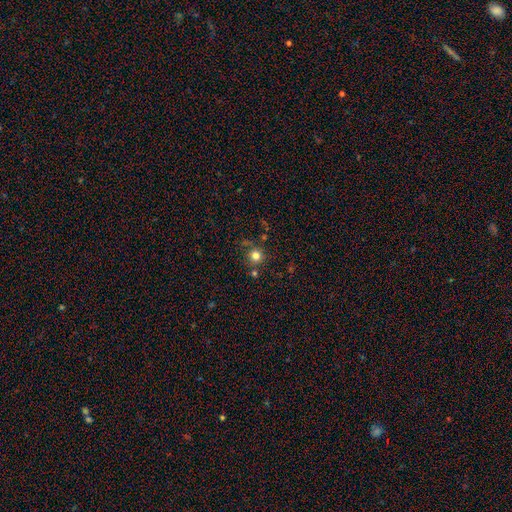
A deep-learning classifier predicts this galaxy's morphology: smooth_or_featured: smooth (p=0.79) [alt: star or artifact p=0.14]
how_rounded: round (p=0.93) [alt: in between p=0.06]
merging: none (p=0.75) [alt: minor disturbance p=0.11]